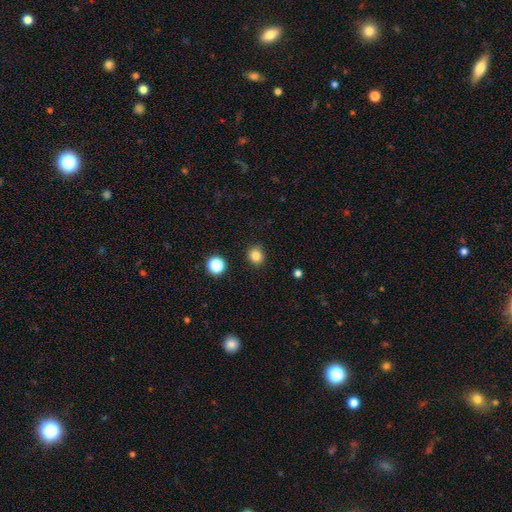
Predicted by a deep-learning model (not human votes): smooth 84%, star or artifact 12%, featured or disk 4%. Down the decision tree: how rounded — round (83%); merging — none (89%).